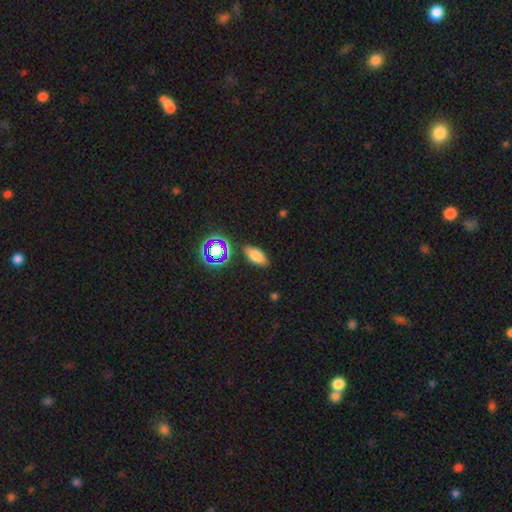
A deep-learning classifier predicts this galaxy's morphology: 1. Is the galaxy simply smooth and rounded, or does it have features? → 71% smooth, 17% star or artifact, 12% featured or disk.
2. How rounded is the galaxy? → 84% in between, 10% cigar-shaped, 6% round.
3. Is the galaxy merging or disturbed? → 83% none, 11% minor disturbance, 3% major disturbance, 3% merger.